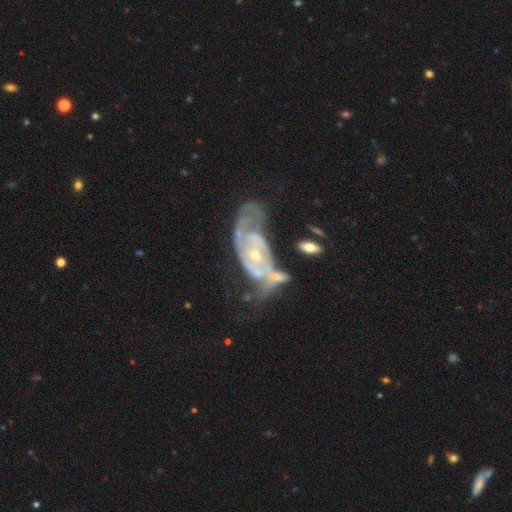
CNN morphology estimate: A featured or disk galaxy (86%) with no bar (69%), 2 (50%) tight (53%) spiral arms (88%) and a small central bulge (65%). Merging: none (32%).